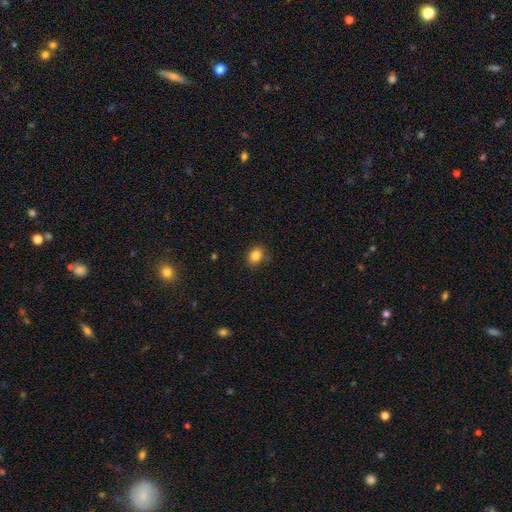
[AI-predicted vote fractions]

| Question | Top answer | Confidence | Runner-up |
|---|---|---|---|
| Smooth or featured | smooth | 84% | star or artifact (10%) |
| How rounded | in between | 58% | round (41%) |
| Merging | none | 81% | minor disturbance (14%) |